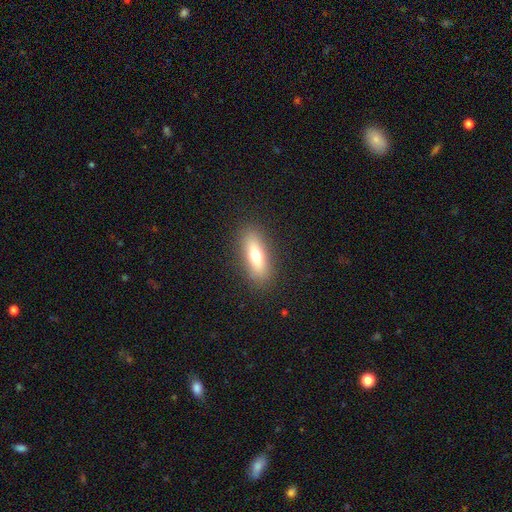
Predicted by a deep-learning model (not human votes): Smooth or featured?
  - smooth: 64% *
  - featured or disk: 28%
  - star or artifact: 8%
How rounded?
  - in between: 54% *
  - cigar-shaped: 42%
  - round: 4%
Merging?
  - none: 88% *
  - minor disturbance: 8%
  - major disturbance: 3%
  - merger: 1%